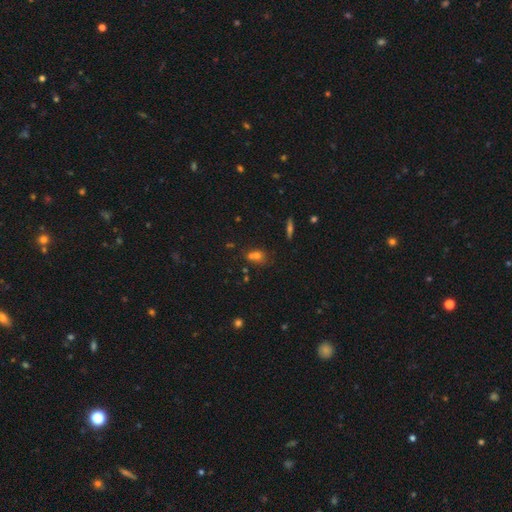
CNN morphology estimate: The model was most divided on "merging": merger: 44%, none: 39%, minor disturbance: 12%, major disturbance: 5%. More confident: smooth or featured — smooth (62%); how rounded — round (52%).